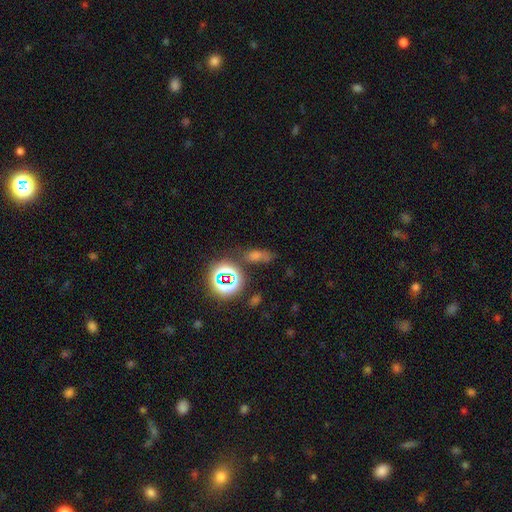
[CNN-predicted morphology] Q: Smooth or featured?
A: star or artifact (45%); runner-up: smooth (41%)